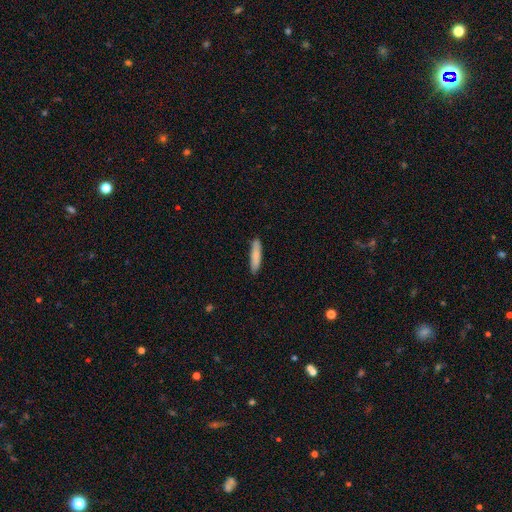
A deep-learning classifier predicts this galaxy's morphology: This is clearly a smooth galaxy (83%). How rounded: clearly cigar-shaped (83%). Merging: clearly none (87%).